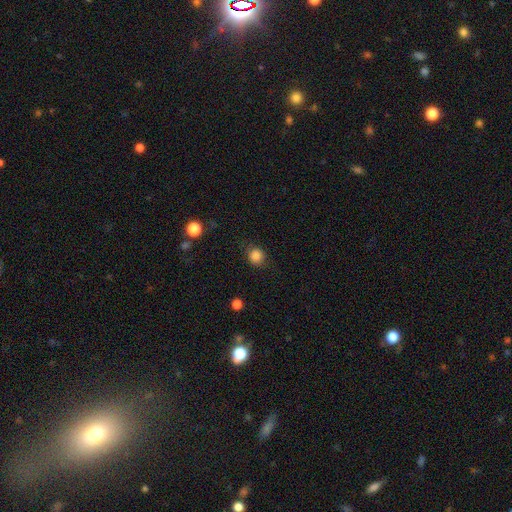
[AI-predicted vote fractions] Smooth or featured? Predicted: smooth (p=0.85). How rounded? Predicted: round (p=0.85). Merging? Predicted: none (p=0.82).